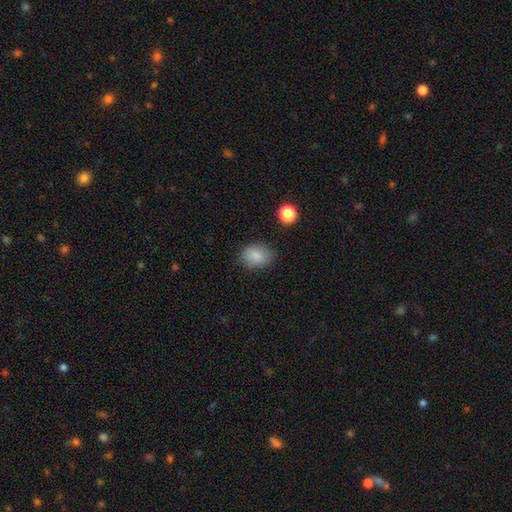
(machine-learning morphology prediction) smooth-or-featured: smooth: 84% | star or artifact: 9% | featured or disk: 6%
  how-rounded: in between: 65% | round: 34% | cigar-shaped: 1%
  merging: none: 80% | minor disturbance: 15% | major disturbance: 4% | merger: 2%